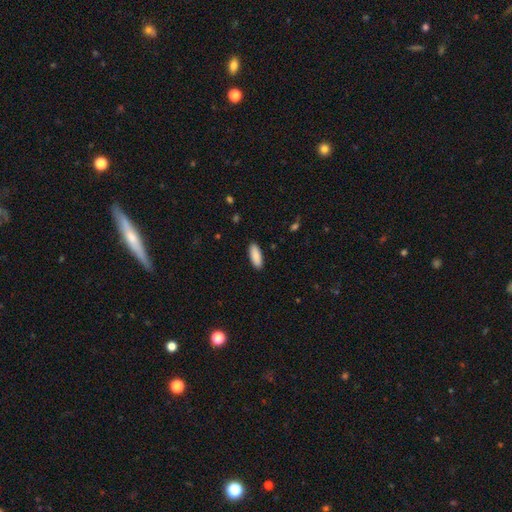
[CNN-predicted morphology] A smooth galaxy with no disk features (91%) that is in between round and cigar-shaped (72%).

Vote fractions:
- Smooth or featured? smooth: 91% / star or artifact: 6% / featured or disk: 4%
- How rounded? in between: 72% / cigar-shaped: 26% / round: 2%
- Merging? none: 90% / minor disturbance: 7% / major disturbance: 2% / merger: 1%